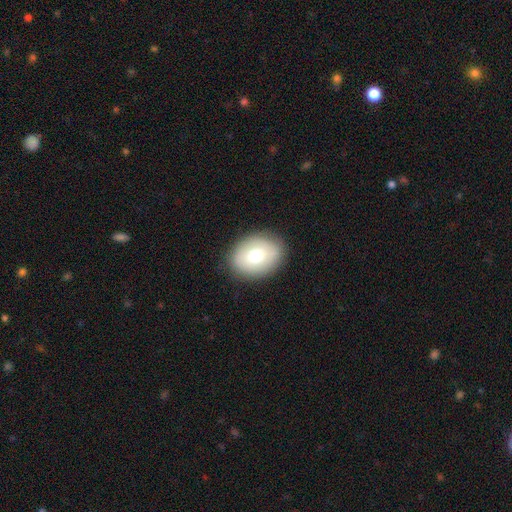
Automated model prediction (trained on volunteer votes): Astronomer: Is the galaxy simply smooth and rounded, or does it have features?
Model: smooth — 72%.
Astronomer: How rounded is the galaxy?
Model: in between — 69%.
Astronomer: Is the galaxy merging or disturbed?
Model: none — 87%.